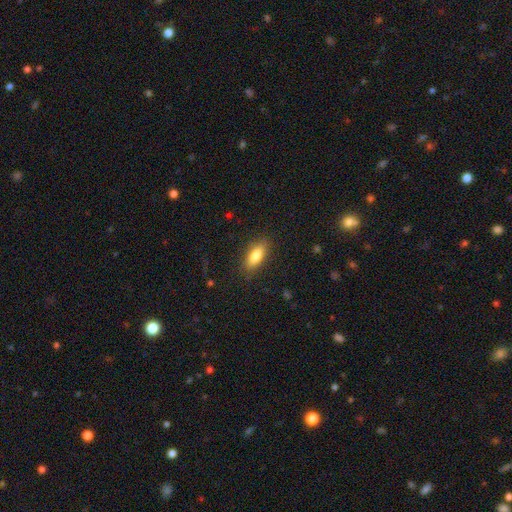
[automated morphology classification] Smooth or featured?
  - smooth: 81% *
  - featured or disk: 12%
  - star or artifact: 7%
How rounded?
  - in between: 74% *
  - cigar-shaped: 23%
  - round: 3%
Merging?
  - none: 86% *
  - minor disturbance: 11%
  - major disturbance: 3%
  - merger: 1%